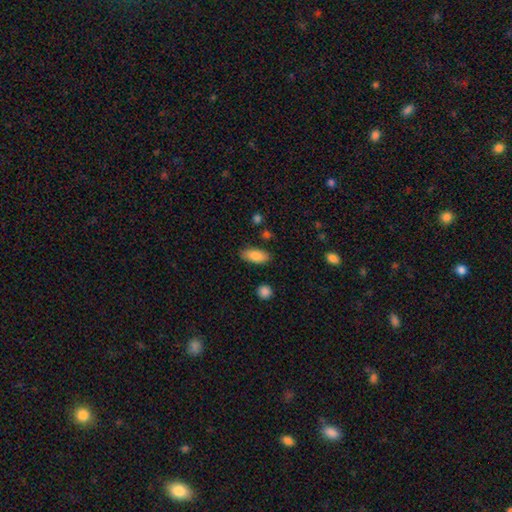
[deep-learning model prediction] The model was most divided on "merging": none: 83%, minor disturbance: 12%, major disturbance: 3%, merger: 2%. More confident: how rounded — in between (86%); smooth or featured — smooth (86%).